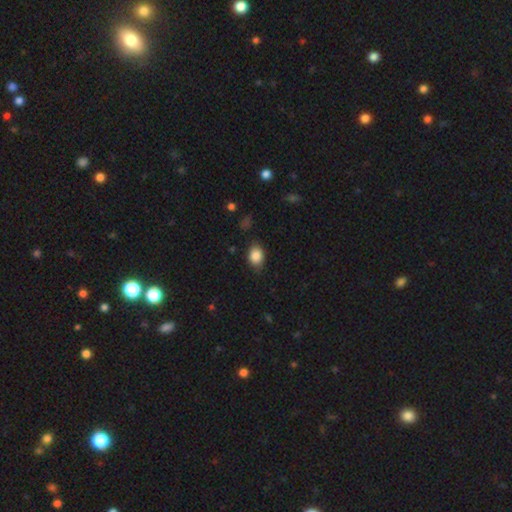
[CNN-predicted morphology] The model was most divided on "how rounded": in between: 67%, round: 32%, cigar-shaped: 1%. More confident: smooth or featured — smooth (86%); merging — none (77%).